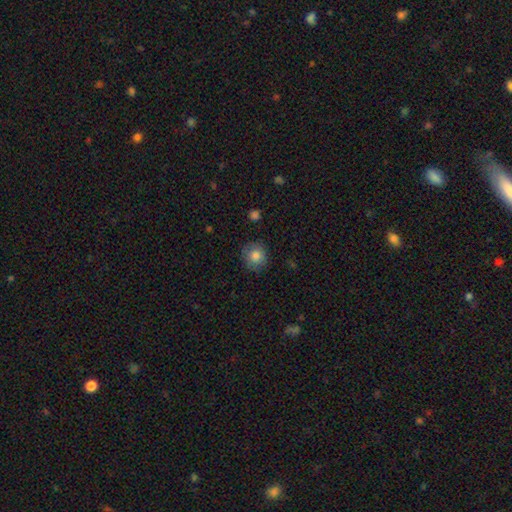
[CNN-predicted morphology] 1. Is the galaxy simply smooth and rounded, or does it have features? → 81% smooth, 10% featured or disk, 9% star or artifact.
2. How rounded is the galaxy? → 90% round, 9% in between, 1% cigar-shaped.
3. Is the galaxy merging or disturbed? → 85% none, 11% minor disturbance, 3% major disturbance, 1% merger.